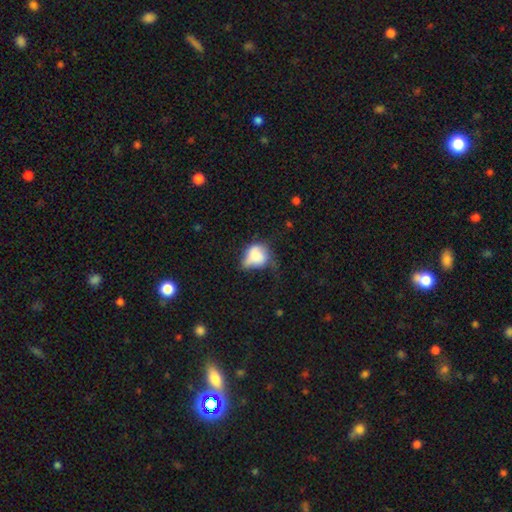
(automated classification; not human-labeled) Smooth or featured? smooth (71%)
How rounded? round (50%)
Merging? minor disturbance (35%)